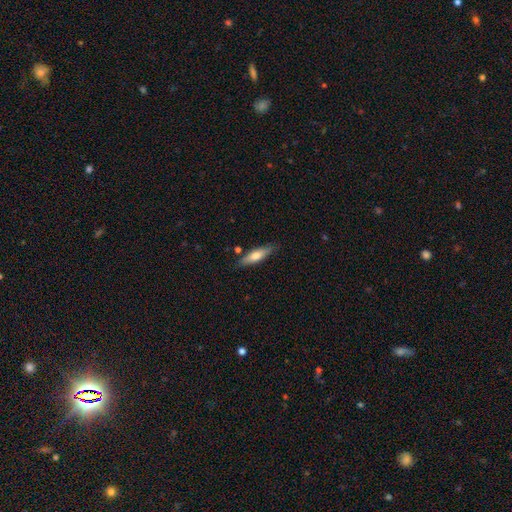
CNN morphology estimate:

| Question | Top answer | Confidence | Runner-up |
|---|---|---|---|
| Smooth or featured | smooth | 65% | featured or disk (29%) |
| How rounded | cigar-shaped | 61% | in between (38%) |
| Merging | none | 80% | minor disturbance (13%) |